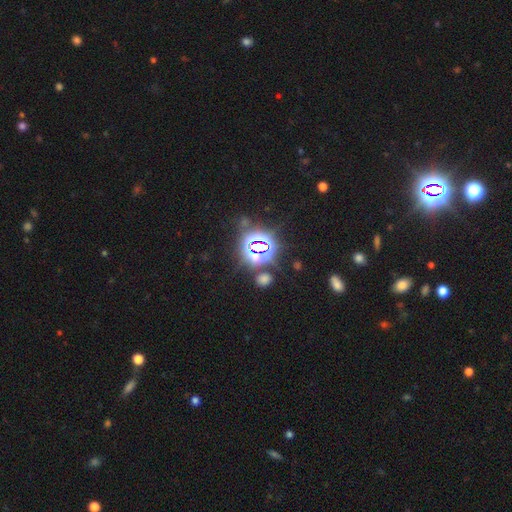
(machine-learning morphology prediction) Smooth or featured? Predicted: star or artifact (p=0.75).